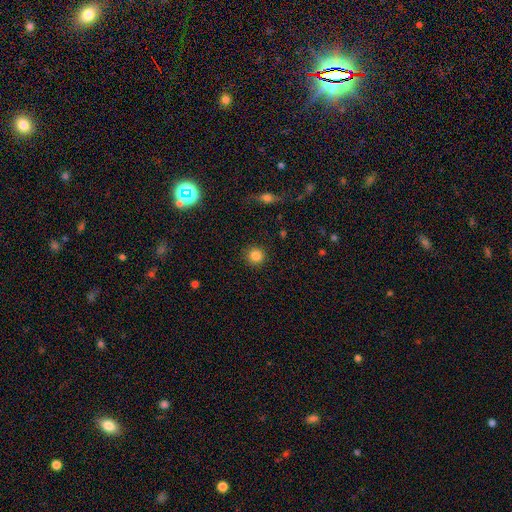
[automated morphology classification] smooth 84%, star or artifact 12%, featured or disk 5%. Down the decision tree: how rounded — round (93%); merging — none (90%).